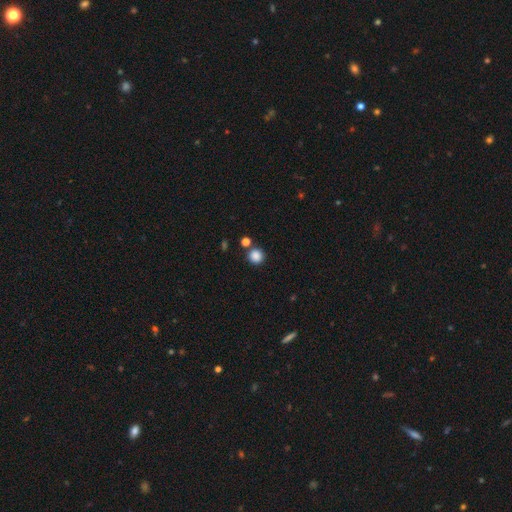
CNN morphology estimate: Smooth or featured? smooth (86%)
How rounded? round (93%)
Merging? none (80%)